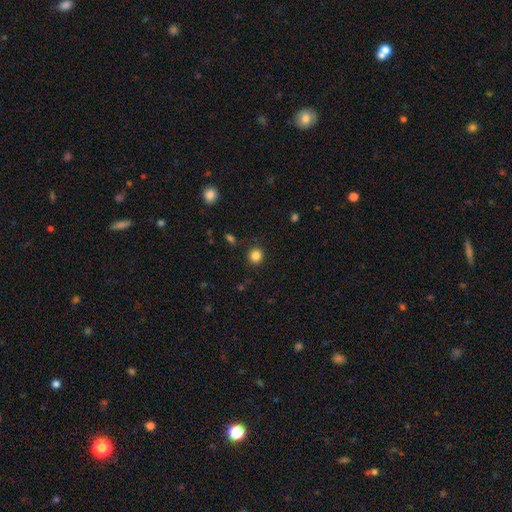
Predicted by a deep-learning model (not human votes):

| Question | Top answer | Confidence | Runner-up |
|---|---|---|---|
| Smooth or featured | smooth | 84% | star or artifact (12%) |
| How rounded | round | 89% | in between (10%) |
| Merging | none | 89% | minor disturbance (7%) |